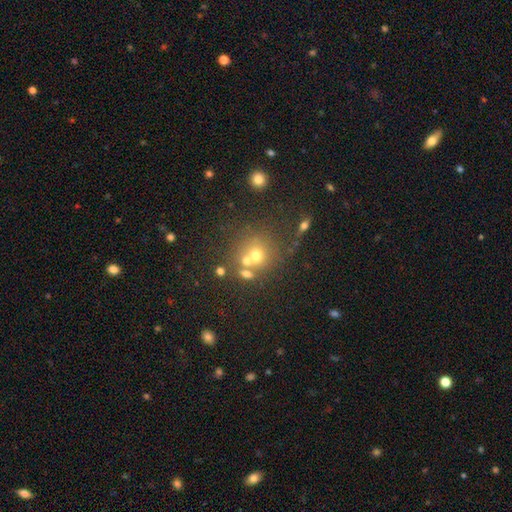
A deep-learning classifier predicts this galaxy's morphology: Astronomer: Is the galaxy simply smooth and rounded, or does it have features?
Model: smooth — 61%.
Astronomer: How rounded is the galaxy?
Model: round — 87%.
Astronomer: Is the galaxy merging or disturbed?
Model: none — 56%.